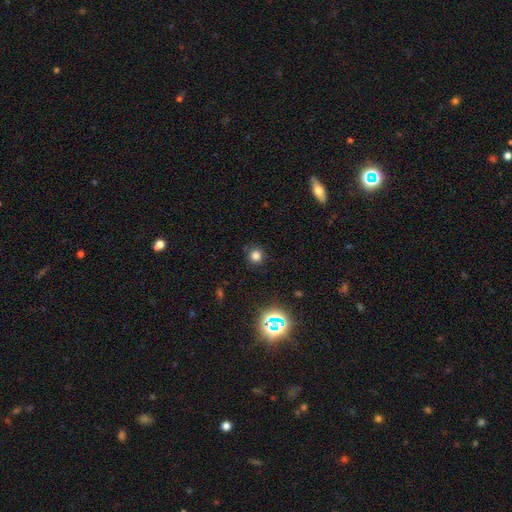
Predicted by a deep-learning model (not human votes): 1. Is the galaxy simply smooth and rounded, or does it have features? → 76% smooth, 19% star or artifact, 5% featured or disk.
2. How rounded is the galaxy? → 93% round, 6% in between, 1% cigar-shaped.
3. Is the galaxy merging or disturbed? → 86% none, 10% minor disturbance, 3% major disturbance, 2% merger.